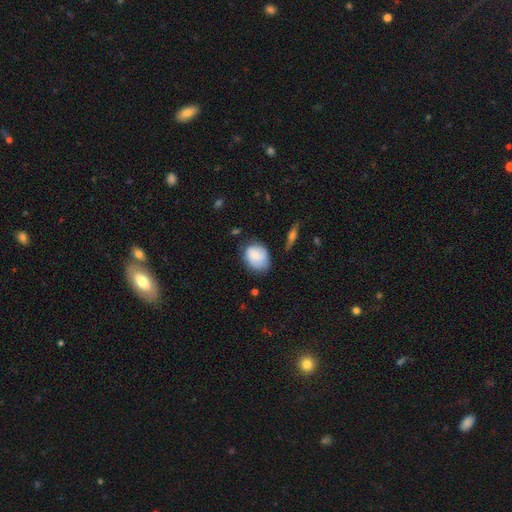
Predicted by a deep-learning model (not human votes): Smooth or featured?
  - smooth: 69% *
  - featured or disk: 23%
  - star or artifact: 7%
How rounded?
  - in between: 55% *
  - round: 44%
  - cigar-shaped: 1%
Merging?
  - none: 59% *
  - minor disturbance: 30%
  - major disturbance: 8%
  - merger: 3%